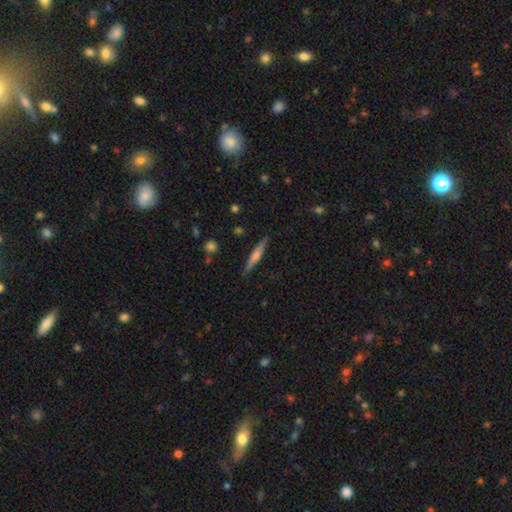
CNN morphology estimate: Smooth or featured? featured or disk (52%)
Edge-on disk? yes (96%)
Edge-on bulge? rounded (69%)
Merging? none (88%)